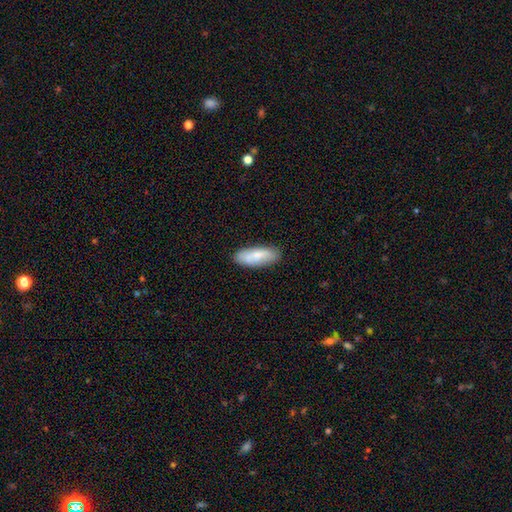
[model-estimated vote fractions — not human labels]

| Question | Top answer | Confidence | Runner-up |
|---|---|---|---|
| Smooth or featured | smooth | 76% | featured or disk (18%) |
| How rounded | in between | 67% | cigar-shaped (31%) |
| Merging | none | 85% | minor disturbance (12%) |